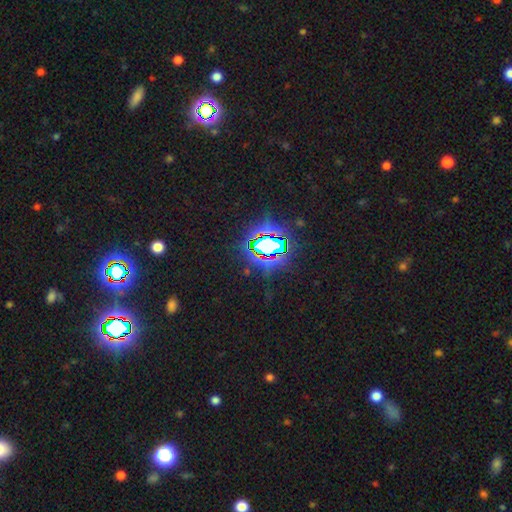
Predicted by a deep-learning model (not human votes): Q: Smooth or featured?
A: star or artifact (82%); runner-up: smooth (10%)